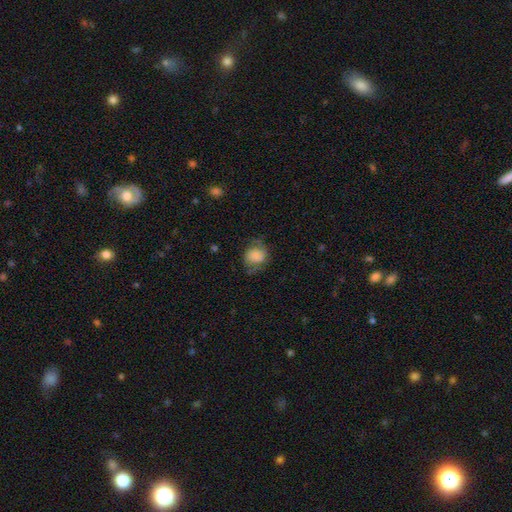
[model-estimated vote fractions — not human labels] Smooth or featured? smooth (68%)
How rounded? round (64%)
Merging? none (58%)